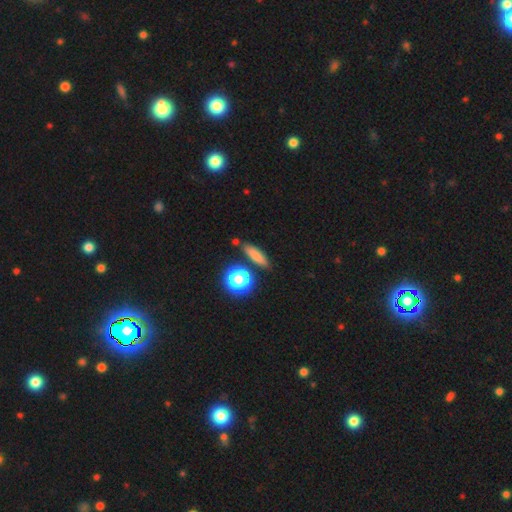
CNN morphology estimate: smooth-or-featured: smooth: 77% | star or artifact: 13% | featured or disk: 10%
  how-rounded: cigar-shaped: 51% | in between: 31% | round: 18%
  merging: none: 80% | minor disturbance: 11% | merger: 6% | major disturbance: 3%